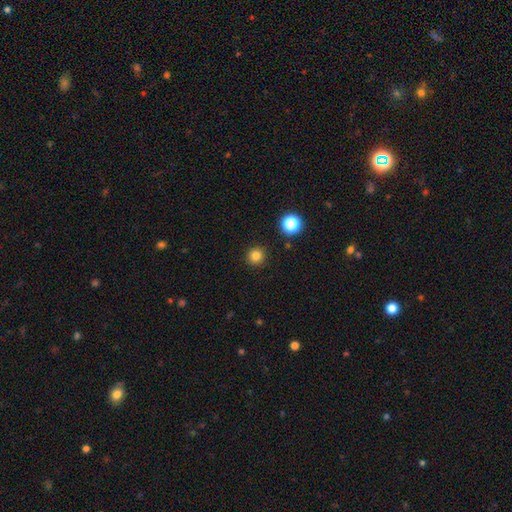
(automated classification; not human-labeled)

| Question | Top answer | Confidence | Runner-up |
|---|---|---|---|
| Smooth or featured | smooth | 82% | star or artifact (14%) |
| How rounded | round | 95% | in between (4%) |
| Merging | none | 92% | minor disturbance (5%) |